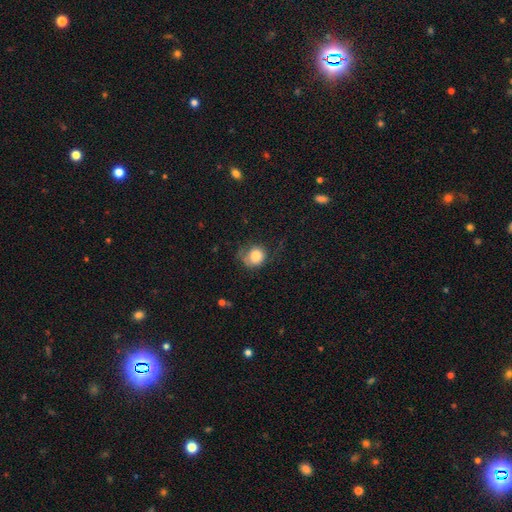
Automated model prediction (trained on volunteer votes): This is likely a smooth galaxy (79%). How rounded: likely round (79%). Merging: marginally none (43%).